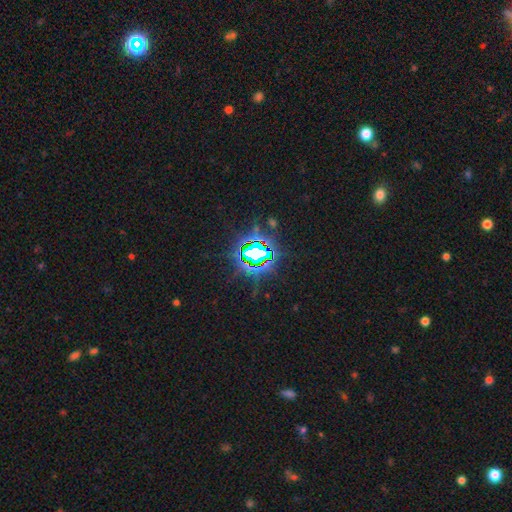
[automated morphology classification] Smooth or featured: star or artifact — 81% (smooth — 9%)